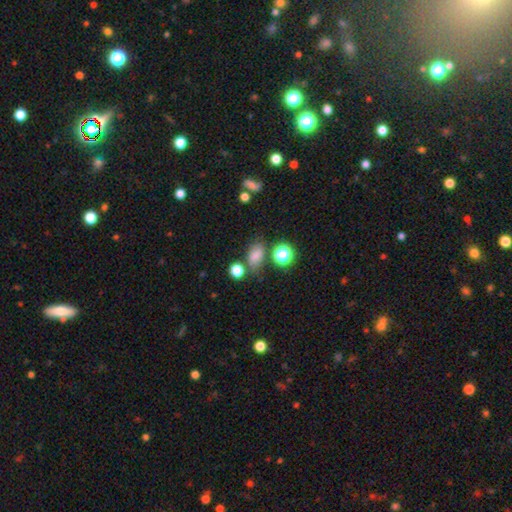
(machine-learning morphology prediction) Overall: smooth (74%). How rounded: in between (78%). Merging: none (64%).